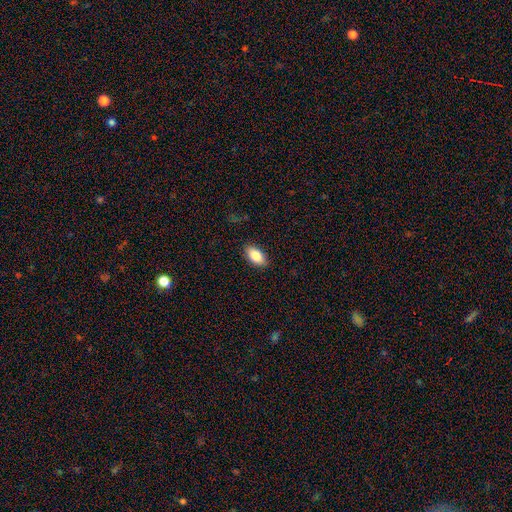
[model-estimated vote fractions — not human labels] The model was most divided on "smooth or featured": smooth: 86%, featured or disk: 7%, star or artifact: 7%. More confident: how rounded — in between (93%); merging — none (88%).